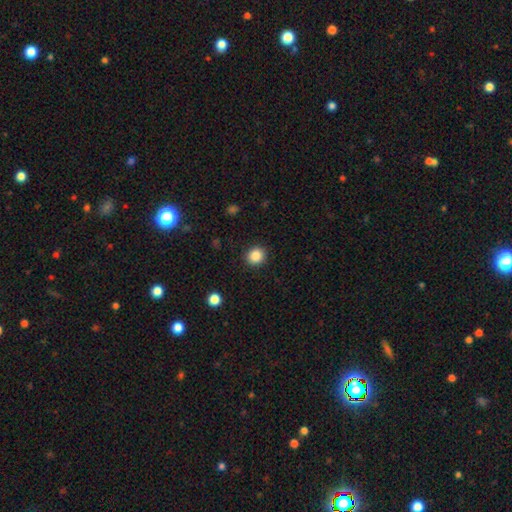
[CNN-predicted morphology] A smooth galaxy with no disk features (86%) that is round (84%).

Vote fractions:
- Smooth or featured? smooth: 86% / star or artifact: 10% / featured or disk: 4%
- How rounded? round: 84% / in between: 15% / cigar-shaped: 1%
- Merging? none: 91% / minor disturbance: 6% / major disturbance: 2% / merger: 1%